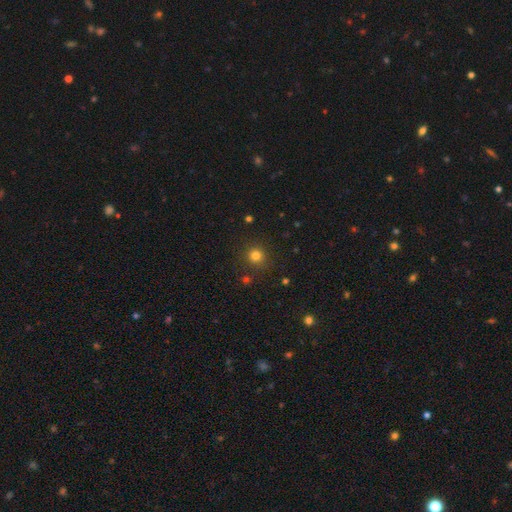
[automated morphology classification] A smooth galaxy with no disk features (80%) that is round (93%).

Vote fractions:
- Smooth or featured? smooth: 80% / star or artifact: 15% / featured or disk: 5%
- How rounded? round: 93% / in between: 6% / cigar-shaped: 1%
- Merging? none: 87% / minor disturbance: 7% / major disturbance: 3% / merger: 2%